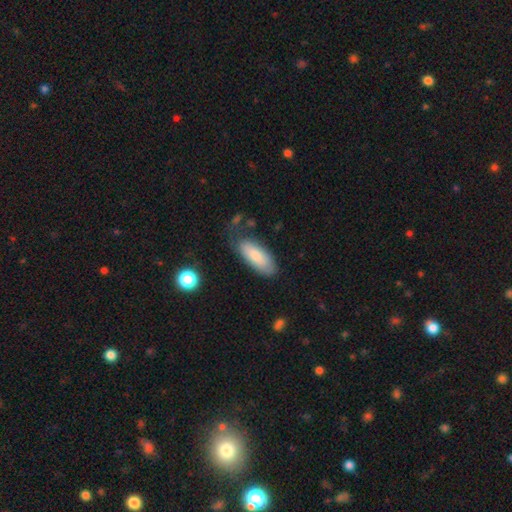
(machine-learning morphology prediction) The model was most divided on "merging": none: 68%, minor disturbance: 22%, major disturbance: 7%, merger: 4%. More confident: smooth or featured — smooth (80%); how rounded — in between (78%).